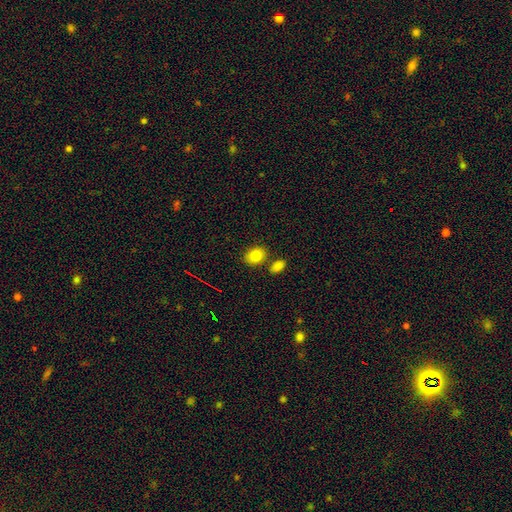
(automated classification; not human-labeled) Smooth or featured? Predicted: smooth (p=0.82). How rounded? Predicted: in between (p=0.58). Merging? Predicted: none (p=0.74).